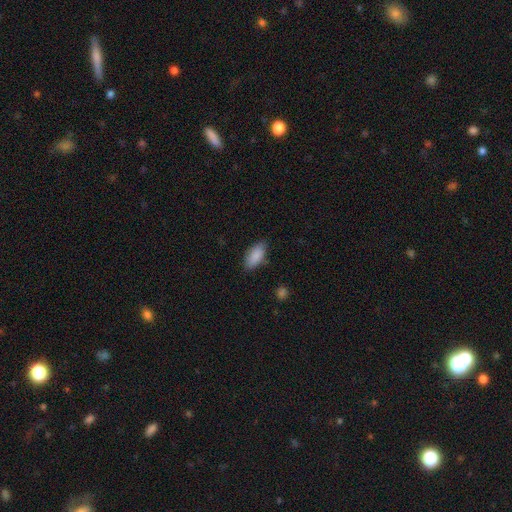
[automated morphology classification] smooth_or_featured: smooth (p=0.88) [alt: star or artifact p=0.06]
how_rounded: in between (p=0.90) [alt: cigar-shaped p=0.08]
merging: none (p=0.83) [alt: minor disturbance p=0.13]